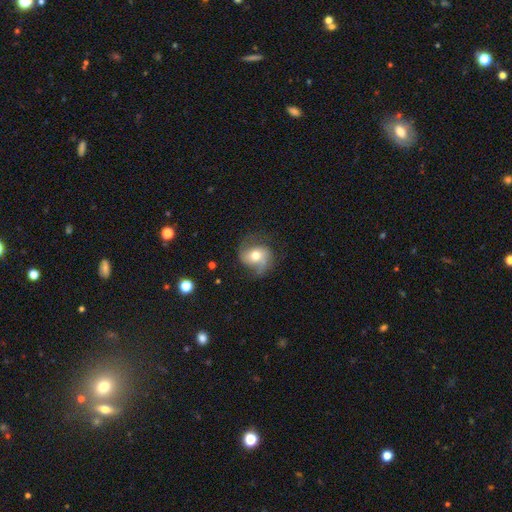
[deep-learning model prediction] A featured or disk galaxy (64%) with no bar (63%), 2 (79%) medium (44%) spiral arms (90%) and a moderate central bulge (70%).

Vote fractions:
- Smooth or featured? featured or disk: 64% / smooth: 27% / star or artifact: 9%
- Edge-on disk? no: 97% / yes: 3%
- Bar? no: 63% / weak: 27% / strong: 9%
- Spiral arms? yes: 90% / no: 10%
- Spiral winding? medium: 44% / loose: 38% / tight: 18%
- Spiral arm count? 2: 79% / can't tell: 7% / 1: 7% / 3: 4% / 4: 1% / more than 4: 1%
- Bulge size? moderate: 70% / small: 19% / large: 8% / dominant: 1% / none: 1%
- Merging? none: 63% / minor disturbance: 22% / major disturbance: 14% / merger: 2%